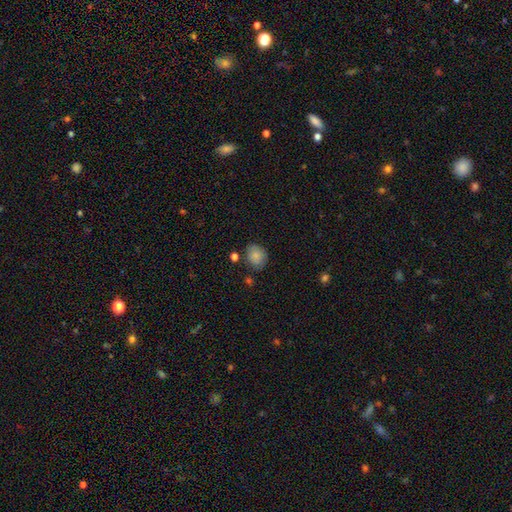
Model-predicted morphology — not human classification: Smooth or featured: smooth — 84% (star or artifact — 9%)
How rounded: round — 50% (in between — 49%)
Merging: none — 75% (minor disturbance — 16%)